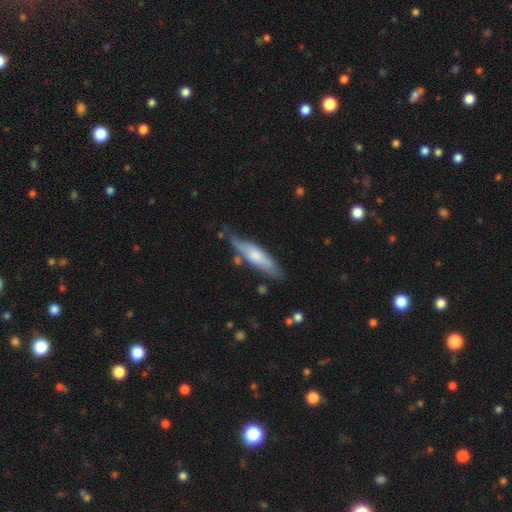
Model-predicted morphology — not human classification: smooth 58%, featured or disk 37%, star or artifact 5%. Down the decision tree: how rounded — cigar-shaped (69%); merging — none (66%).